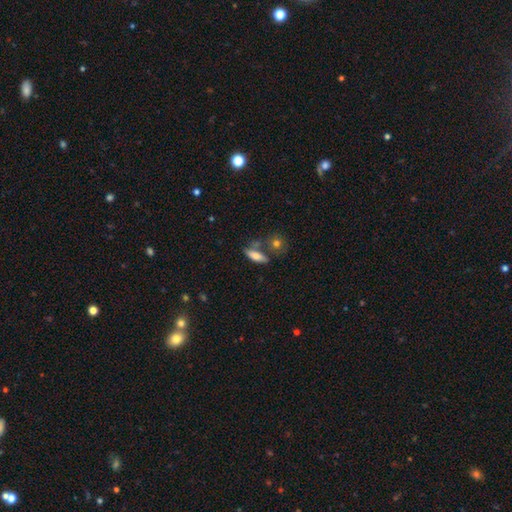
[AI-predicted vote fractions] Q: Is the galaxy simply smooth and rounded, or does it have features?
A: smooth — 73%.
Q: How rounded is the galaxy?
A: in between — 55%.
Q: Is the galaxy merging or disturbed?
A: none — 60%.